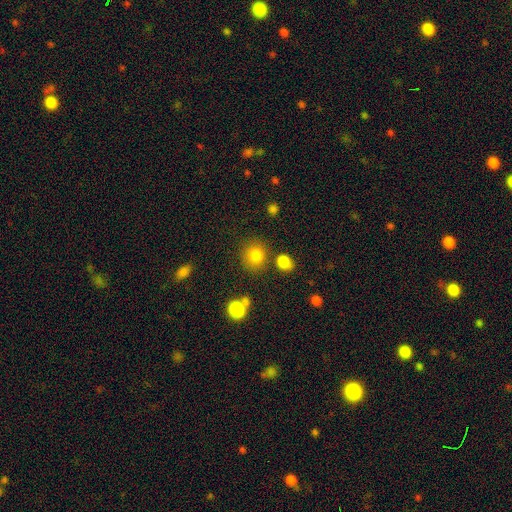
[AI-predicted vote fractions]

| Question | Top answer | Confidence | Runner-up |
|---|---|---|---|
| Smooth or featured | smooth | 82% | star or artifact (12%) |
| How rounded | round | 82% | in between (17%) |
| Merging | none | 79% | minor disturbance (10%) |